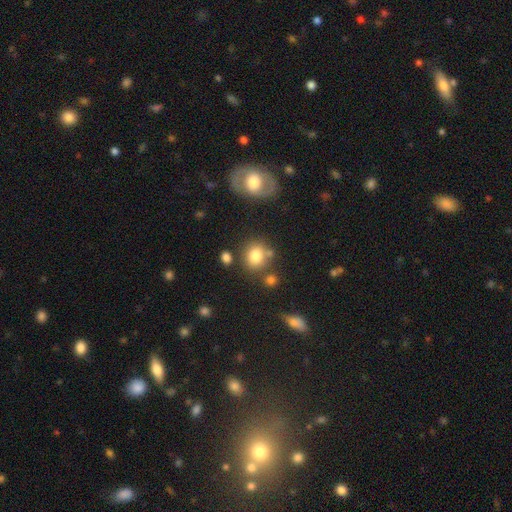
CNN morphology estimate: A smooth galaxy with no disk features (79%) that is round (69%). Merging: none (68%).